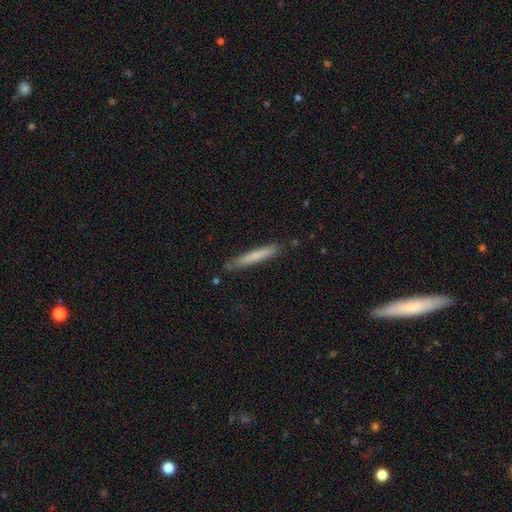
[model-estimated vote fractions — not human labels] Smooth or featured?
  - smooth: 72% *
  - featured or disk: 22%
  - star or artifact: 6%
How rounded?
  - cigar-shaped: 96% *
  - in between: 3%
  - round: 1%
Merging?
  - none: 83% *
  - minor disturbance: 13%
  - merger: 2%
  - major disturbance: 2%